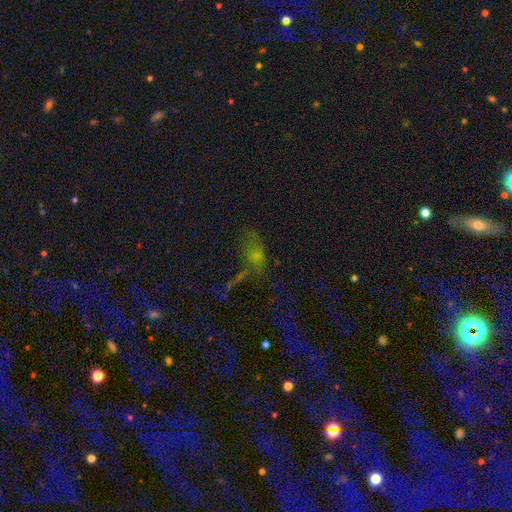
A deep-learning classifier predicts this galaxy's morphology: Overall: smooth (41%; star or artifact 36%). Merging: none (37%; major disturbance 24%).